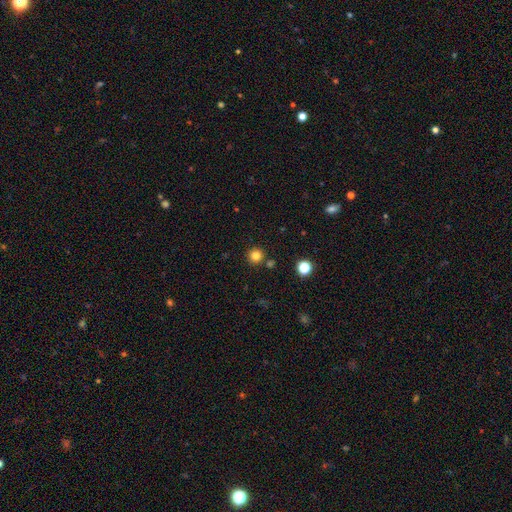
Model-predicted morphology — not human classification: A smooth galaxy with no disk features (82%) that is round (95%).

Vote fractions:
- Smooth or featured? smooth: 82% / star or artifact: 13% / featured or disk: 5%
- How rounded? round: 95% / in between: 4% / cigar-shaped: 1%
- Merging? none: 86% / minor disturbance: 6% / merger: 6% / major disturbance: 2%